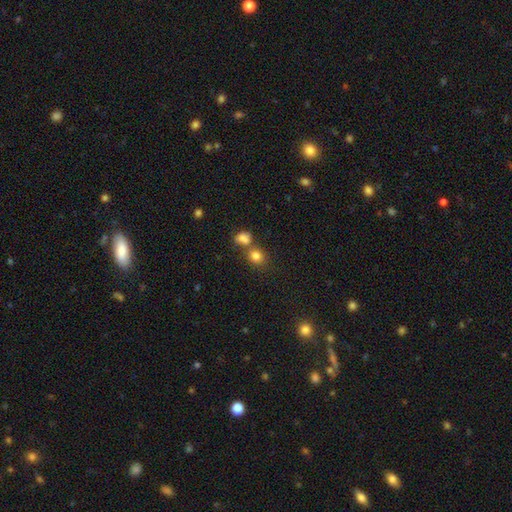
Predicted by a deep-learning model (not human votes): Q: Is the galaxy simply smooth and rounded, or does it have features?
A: smooth — 81%.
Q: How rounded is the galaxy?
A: round — 73%.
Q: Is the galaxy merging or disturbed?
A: none — 54%.